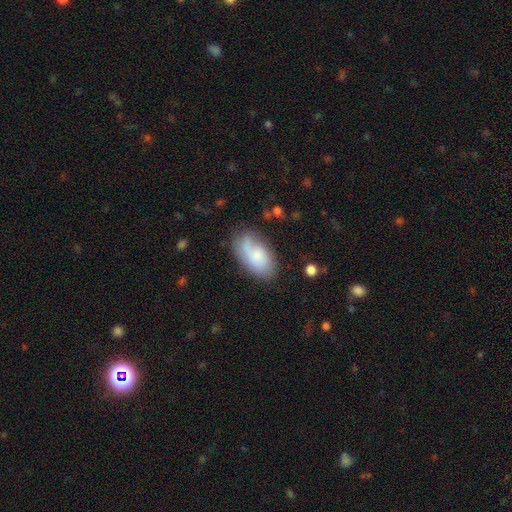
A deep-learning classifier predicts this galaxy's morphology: smooth_or_featured: smooth (p=0.65) [alt: featured or disk p=0.28]
how_rounded: in between (p=0.93) [alt: round p=0.05]
merging: none (p=0.56) [alt: minor disturbance p=0.26]